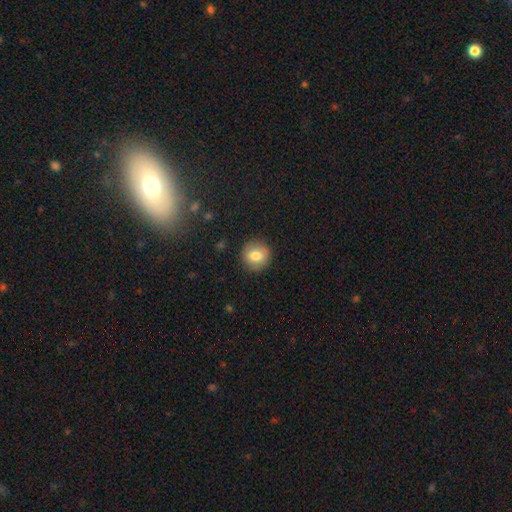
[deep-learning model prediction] smooth 80%, featured or disk 11%, star or artifact 9%. Down the decision tree: how rounded — round (92%); merging — none (89%).